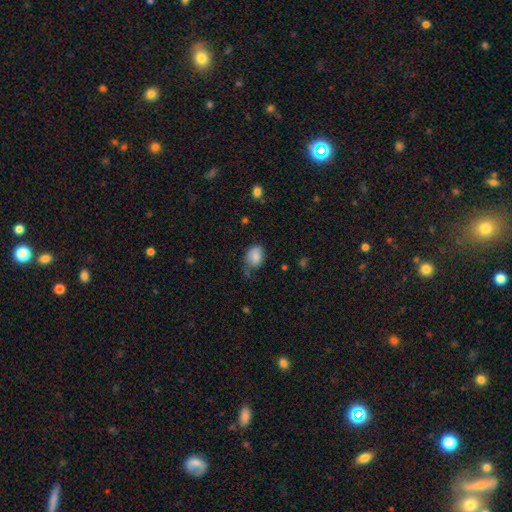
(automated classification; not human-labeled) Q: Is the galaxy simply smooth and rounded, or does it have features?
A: smooth — 81%.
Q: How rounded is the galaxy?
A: in between — 68%.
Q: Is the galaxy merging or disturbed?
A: none — 58%.